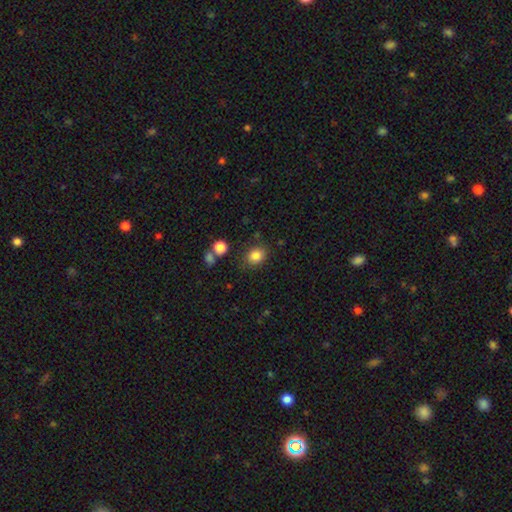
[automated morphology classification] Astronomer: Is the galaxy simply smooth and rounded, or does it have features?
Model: smooth — 84%.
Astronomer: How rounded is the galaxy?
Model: round — 62% (runner-up: in between, 37%).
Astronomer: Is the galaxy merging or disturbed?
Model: none — 79%.